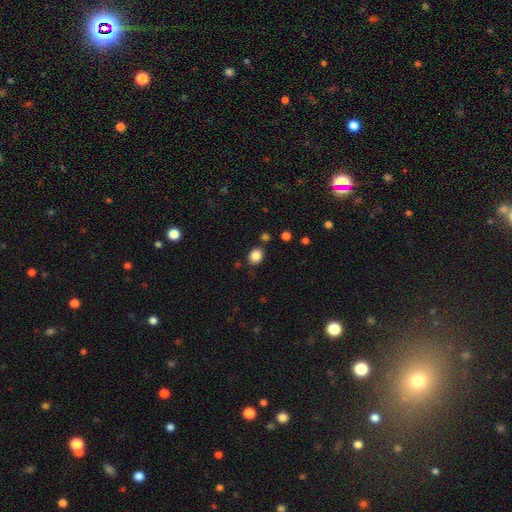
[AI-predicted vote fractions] Smooth or featured? smooth (86%)
How rounded? round (60%)
Merging? none (83%)